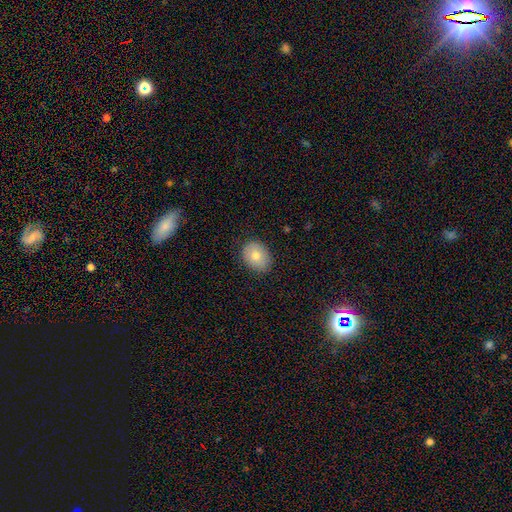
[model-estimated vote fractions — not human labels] smooth 75%, featured or disk 16%, star or artifact 10%. Down the decision tree: how rounded — in between (56%); merging — none (87%).